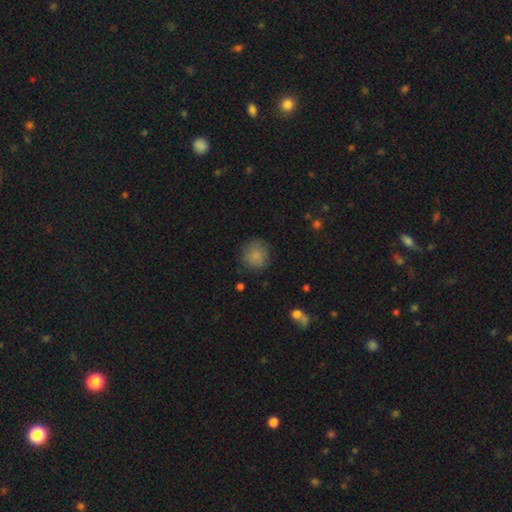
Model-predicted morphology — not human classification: smooth_or_featured: smooth (p=0.85) [alt: star or artifact p=0.09]
how_rounded: round (p=0.90) [alt: in between p=0.09]
merging: none (p=0.83) [alt: minor disturbance p=0.12]